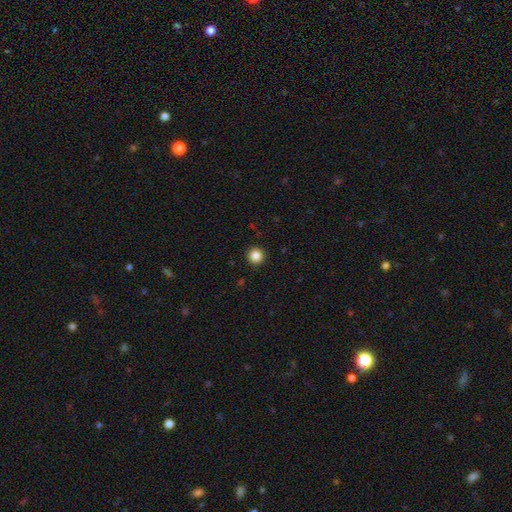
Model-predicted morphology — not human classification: Overall: smooth (85%). How rounded: round (96%). Merging: none (93%).